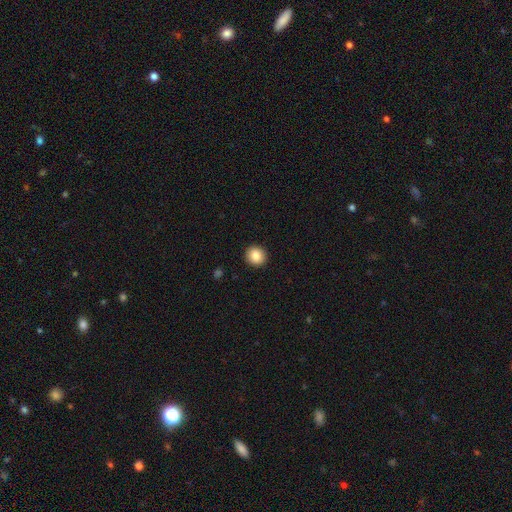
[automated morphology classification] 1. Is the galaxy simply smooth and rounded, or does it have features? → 85% smooth, 9% star or artifact, 6% featured or disk.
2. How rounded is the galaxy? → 90% round, 9% in between, 1% cigar-shaped.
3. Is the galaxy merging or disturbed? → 93% none, 5% minor disturbance, 2% major disturbance, 1% merger.